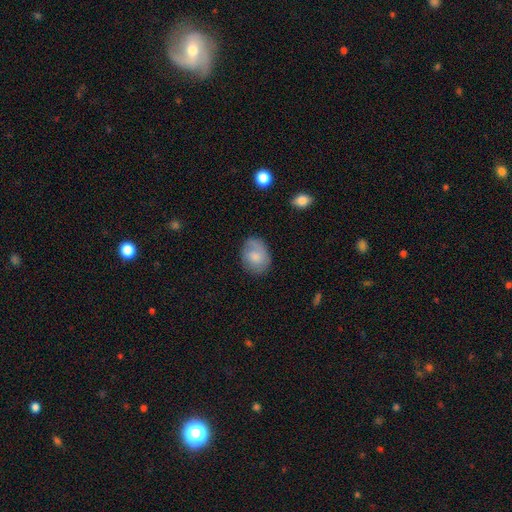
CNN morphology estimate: The model was most divided on "how rounded": in between: 65%, round: 34%, cigar-shaped: 1%. More confident: merging — none (71%); smooth or featured — smooth (68%).